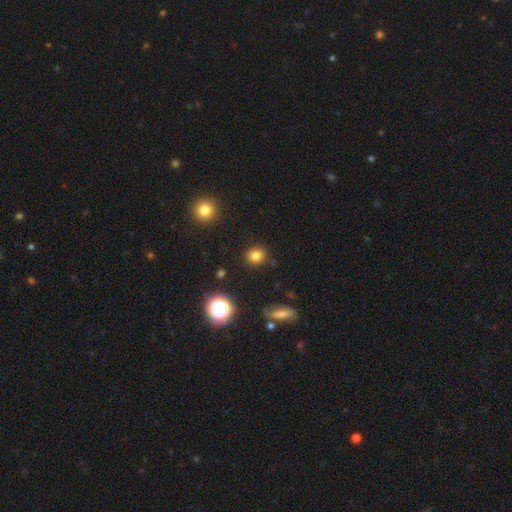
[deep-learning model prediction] Morphology: type=smooth (79%); roundness=round (83%); merging=none (88%).